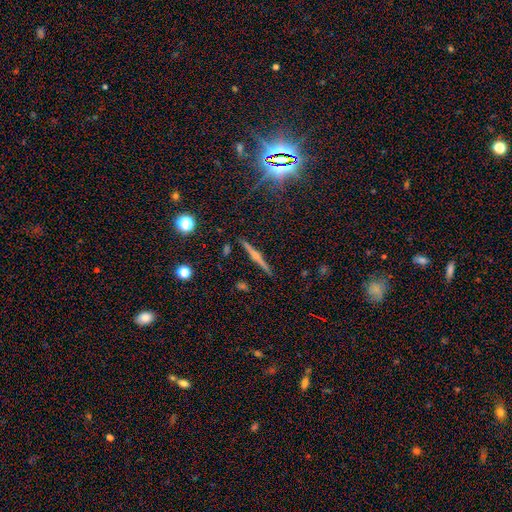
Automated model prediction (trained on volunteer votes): This appears to be a featured or disk galaxy (67%) viewed edge-on (98%) with a rounded central bulge (75%). Merging: none (91%).